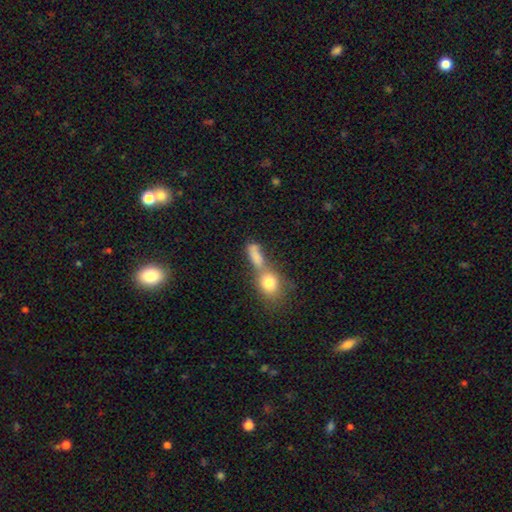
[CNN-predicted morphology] smooth-or-featured: smooth: 77% | featured or disk: 12% | star or artifact: 12%
  how-rounded: in between: 54% | round: 25% | cigar-shaped: 21%
  merging: merger: 52% | none: 32% | minor disturbance: 9% | major disturbance: 7%